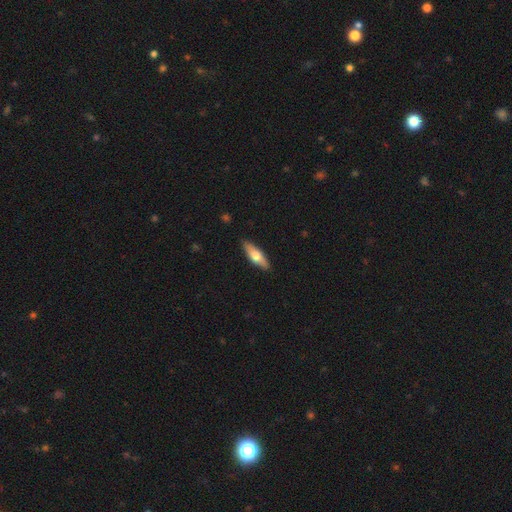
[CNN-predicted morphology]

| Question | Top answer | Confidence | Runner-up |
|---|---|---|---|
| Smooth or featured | smooth | 60% | featured or disk (34%) |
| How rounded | in between | 49% | tied: cigar-shaped (49%) |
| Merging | none | 87% | minor disturbance (10%) |